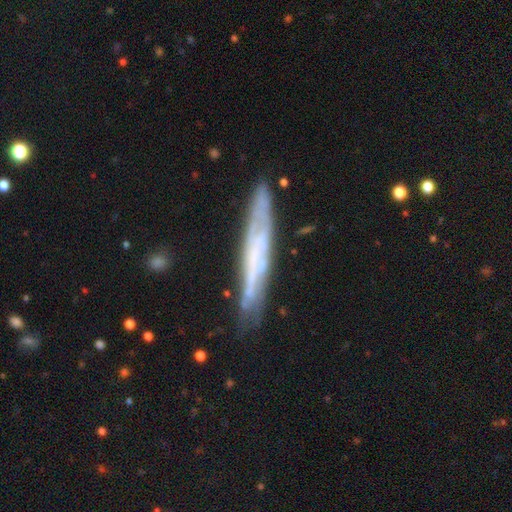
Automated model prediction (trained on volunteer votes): This is likely a featured or disk galaxy (65%). It is likely viewed edge-on (77%). Edge-on bulge: likely none (78%). Merging: likely none (78%).